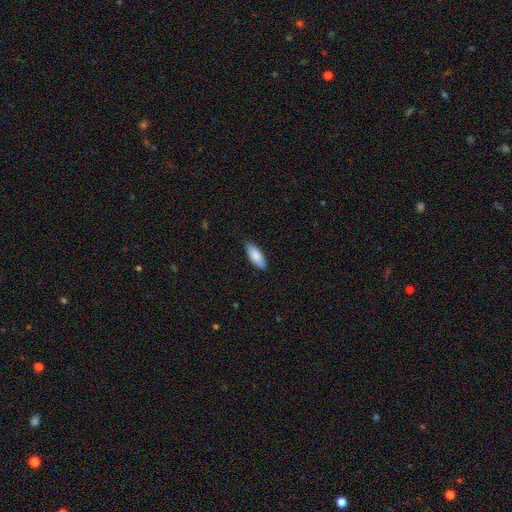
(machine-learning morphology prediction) Smooth or featured?
  - smooth: 85% *
  - featured or disk: 10%
  - star or artifact: 6%
How rounded?
  - in between: 76% *
  - cigar-shaped: 22%
  - round: 2%
Merging?
  - none: 84% *
  - minor disturbance: 13%
  - major disturbance: 2%
  - merger: 1%